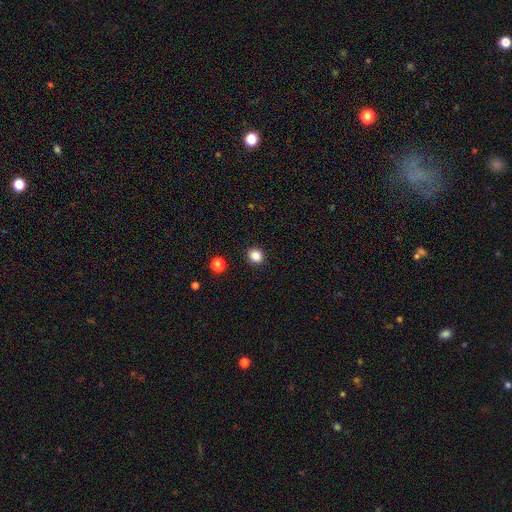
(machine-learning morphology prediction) A smooth galaxy with no disk features (85%) that is round (83%).

Vote fractions:
- Smooth or featured? smooth: 85% / star or artifact: 12% / featured or disk: 4%
- How rounded? round: 83% / in between: 16% / cigar-shaped: 1%
- Merging? none: 92% / minor disturbance: 5% / major disturbance: 2% / merger: 1%